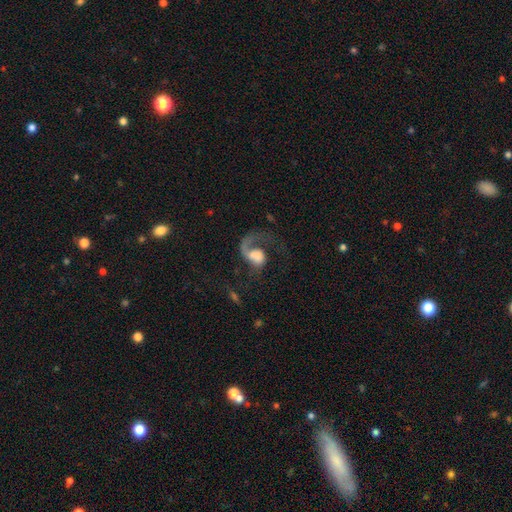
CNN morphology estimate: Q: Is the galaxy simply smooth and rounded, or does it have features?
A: featured or disk — 68%.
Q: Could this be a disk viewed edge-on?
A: no — 98%.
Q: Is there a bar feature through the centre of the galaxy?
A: no — 72%.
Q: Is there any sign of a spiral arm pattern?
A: yes — 89%.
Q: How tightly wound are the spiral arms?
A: loose — 60%.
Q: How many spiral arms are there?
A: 1 — 87%.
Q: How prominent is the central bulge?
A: large — 36%.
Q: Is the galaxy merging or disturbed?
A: major disturbance — 50%.